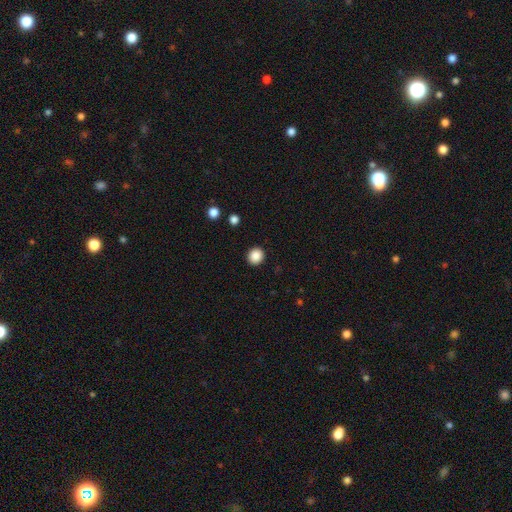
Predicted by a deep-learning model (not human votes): smooth-or-featured: smooth: 88% | star or artifact: 9% | featured or disk: 3%
  how-rounded: round: 88% | in between: 11% | cigar-shaped: 1%
  merging: none: 92% | minor disturbance: 5% | major disturbance: 2% | merger: 1%